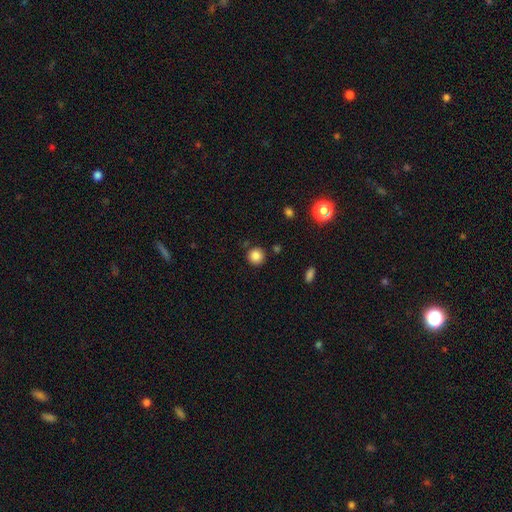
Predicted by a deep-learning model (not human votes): smooth_or_featured: smooth (p=0.85) [alt: star or artifact p=0.11]
how_rounded: round (p=0.93) [alt: in between p=0.06]
merging: none (p=0.87) [alt: minor disturbance p=0.08]